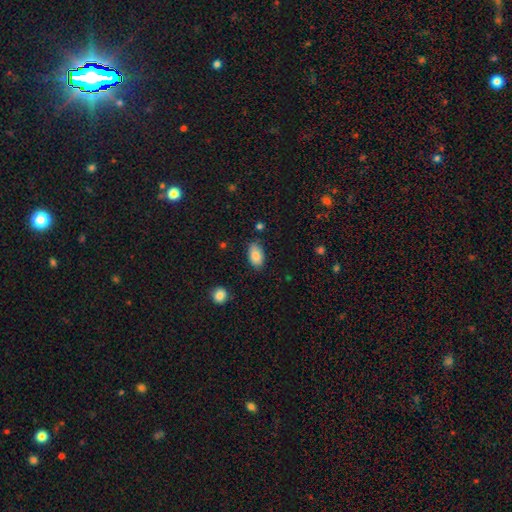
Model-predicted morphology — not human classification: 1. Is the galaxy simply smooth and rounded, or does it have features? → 86% smooth, 7% star or artifact, 7% featured or disk.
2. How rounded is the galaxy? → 93% in between, 5% round, 2% cigar-shaped.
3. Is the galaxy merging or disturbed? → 77% none, 18% minor disturbance, 3% major disturbance, 2% merger.